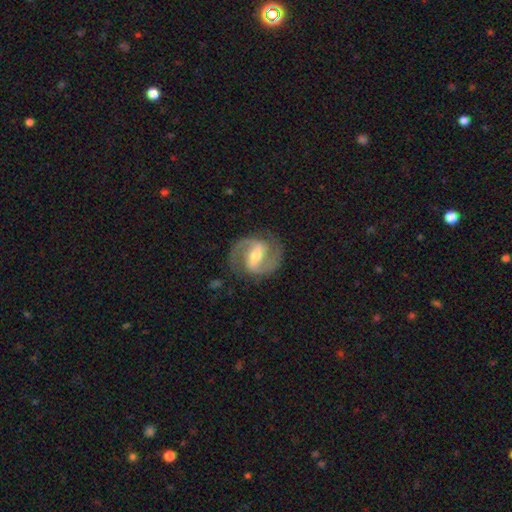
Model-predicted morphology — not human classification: A featured or disk galaxy (91%) with a strong bar (57%), 2 (93%) medium (58%) spiral arms (97%) and a moderate central bulge (56%).

Vote fractions:
- Smooth or featured? featured or disk: 91% / smooth: 5% / star or artifact: 4%
- Edge-on disk? no: 98% / yes: 2%
- Bar? strong: 57% / weak: 34% / no: 10%
- Spiral arms? yes: 97% / no: 3%
- Spiral winding? medium: 58% / tight: 27% / loose: 14%
- Spiral arm count? 2: 93% / can't tell: 2% / 1: 1% / 3: 1% / 4: 1% / more than 4: 1%
- Bulge size? moderate: 56% / small: 38% / large: 3% / none: 1% / dominant: 1%
- Merging? none: 85% / minor disturbance: 10% / major disturbance: 4% / merger: 1%